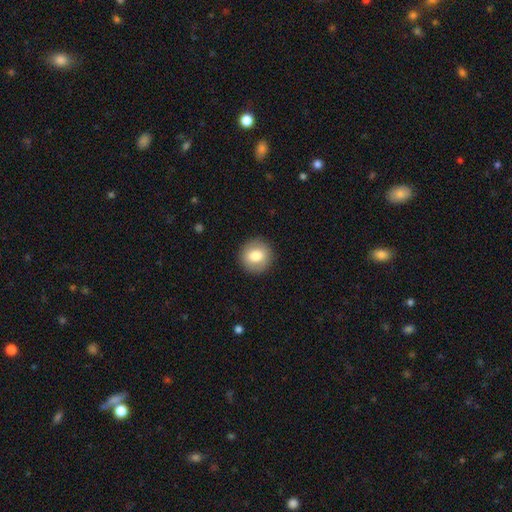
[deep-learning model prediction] Q: Smooth or featured?
A: smooth (79%); runner-up: featured or disk (14%)
Q: How rounded?
A: round (91%); runner-up: in between (8%)
Q: Merging?
A: none (90%); runner-up: minor disturbance (6%)